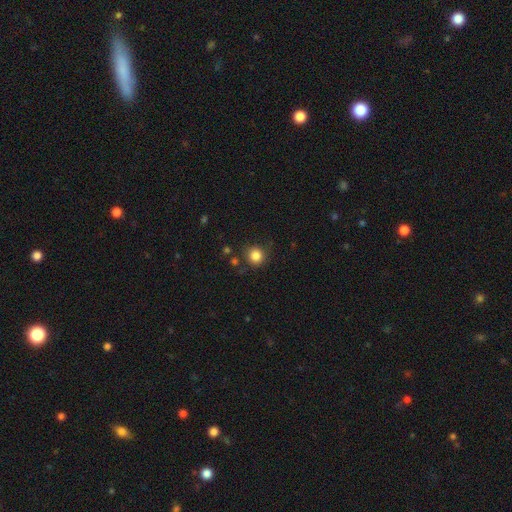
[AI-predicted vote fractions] smooth_or_featured: smooth (p=0.84) [alt: star or artifact p=0.11]
how_rounded: round (p=0.92) [alt: in between p=0.07]
merging: none (p=0.85) [alt: minor disturbance p=0.09]